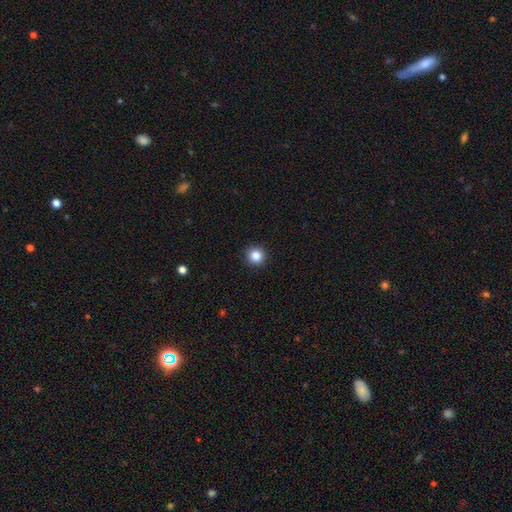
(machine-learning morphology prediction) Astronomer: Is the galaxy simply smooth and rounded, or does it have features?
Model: smooth — 85%.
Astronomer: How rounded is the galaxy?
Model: round — 94%.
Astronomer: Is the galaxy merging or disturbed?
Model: none — 92%.